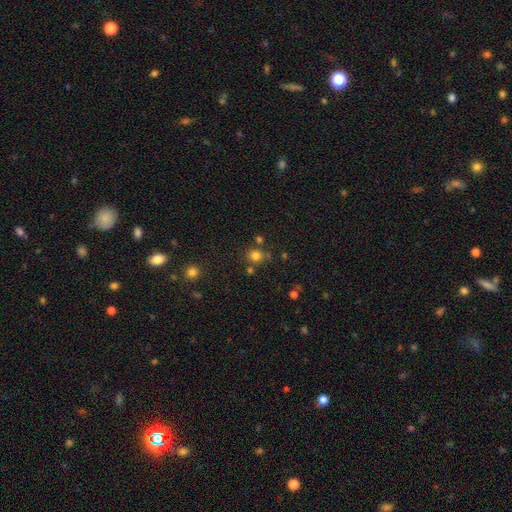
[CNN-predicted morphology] Q: Smooth or featured?
A: smooth (77%); runner-up: star or artifact (17%)
Q: How rounded?
A: round (86%); runner-up: in between (14%)
Q: Merging?
A: none (72%); runner-up: merger (13%)